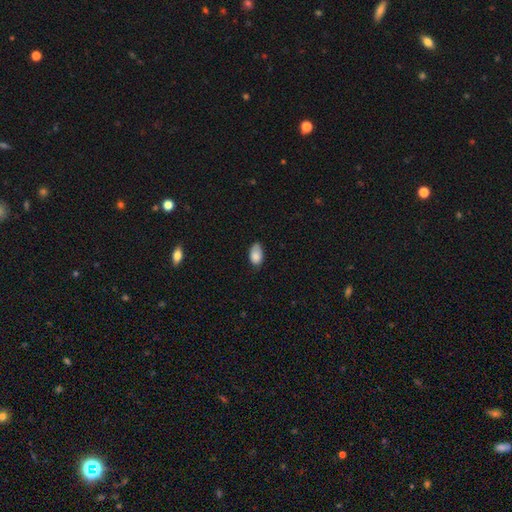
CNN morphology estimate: Q: Smooth or featured?
A: smooth (85%); runner-up: star or artifact (7%)
Q: How rounded?
A: in between (93%); runner-up: round (5%)
Q: Merging?
A: none (63%); runner-up: minor disturbance (30%)